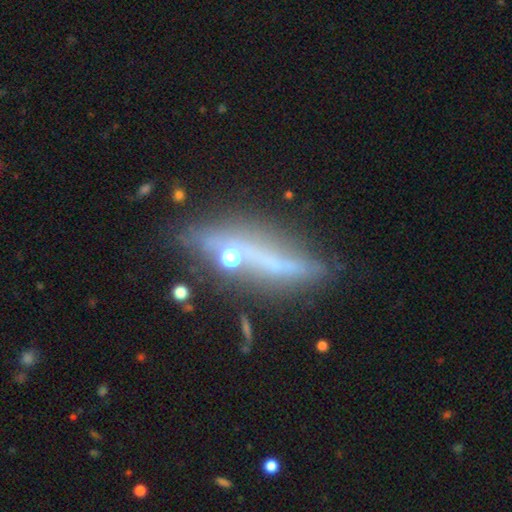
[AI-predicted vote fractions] Q: Smooth or featured?
A: featured or disk (57%); runner-up: smooth (29%)
Q: Edge-on disk?
A: yes (75%); runner-up: no (25%)
Q: Merging?
A: none (60%); runner-up: minor disturbance (20%)